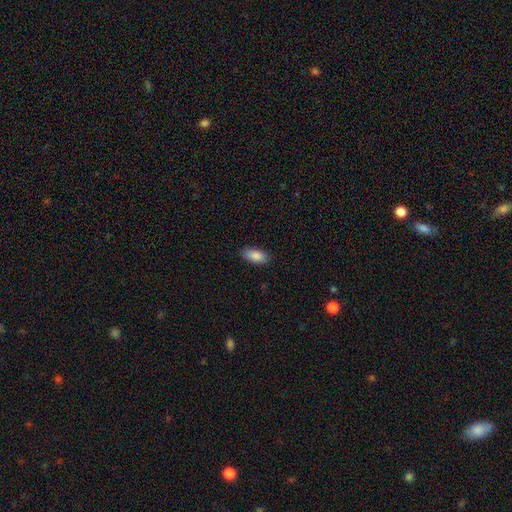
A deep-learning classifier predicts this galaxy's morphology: smooth_or_featured: smooth (p=0.88) [alt: star or artifact p=0.07]
how_rounded: in between (p=0.90) [alt: cigar-shaped p=0.08]
merging: none (p=0.87) [alt: minor disturbance p=0.10]